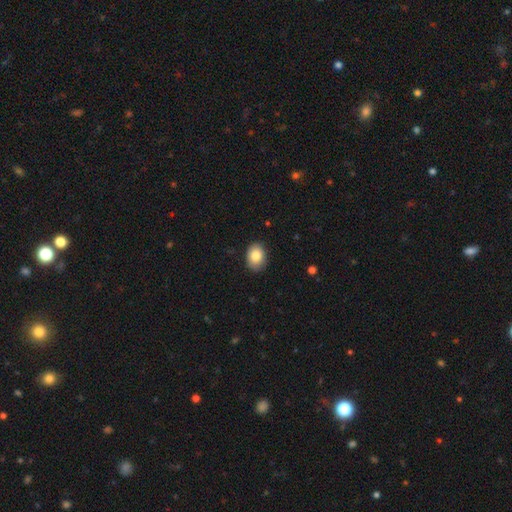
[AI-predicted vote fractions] Smooth or featured: smooth — 83% (featured or disk — 10%)
How rounded: in between — 74% (round — 25%)
Merging: none — 85% (minor disturbance — 12%)